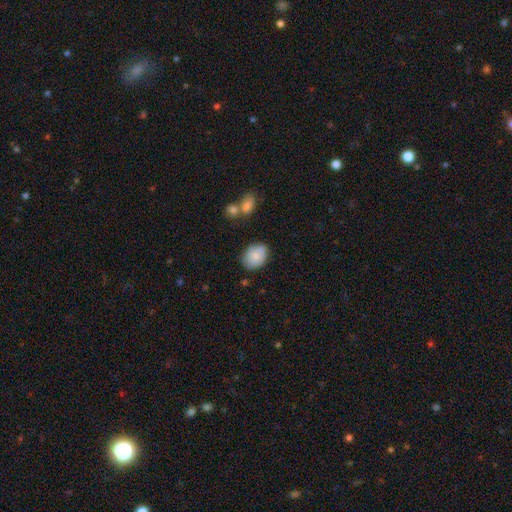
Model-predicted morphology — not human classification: type=smooth (81%); roundness=in between (64%); merging=none (74%).